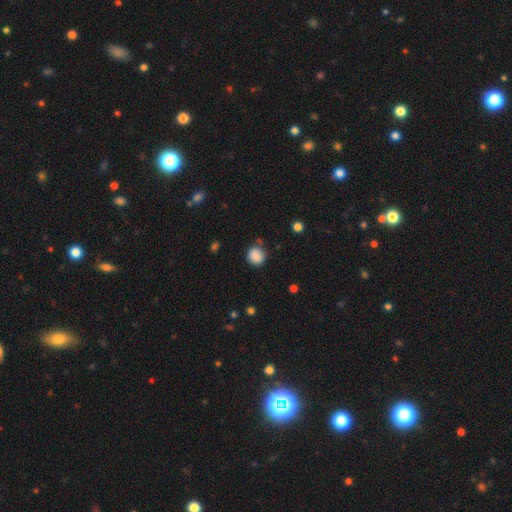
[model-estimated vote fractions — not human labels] Morphology: type=smooth (87%); roundness=round (89%); merging=none (79%).